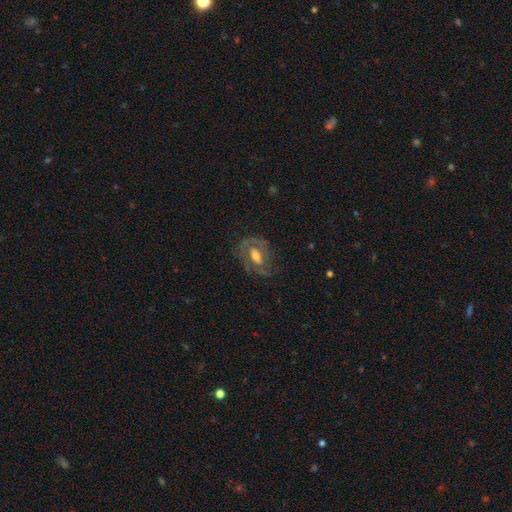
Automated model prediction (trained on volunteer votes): A featured or disk galaxy (74%) with a weak bar (44%), 2 (59%) medium (44%) spiral arms (80%) and a moderate central bulge (60%). Merging: none (65%).